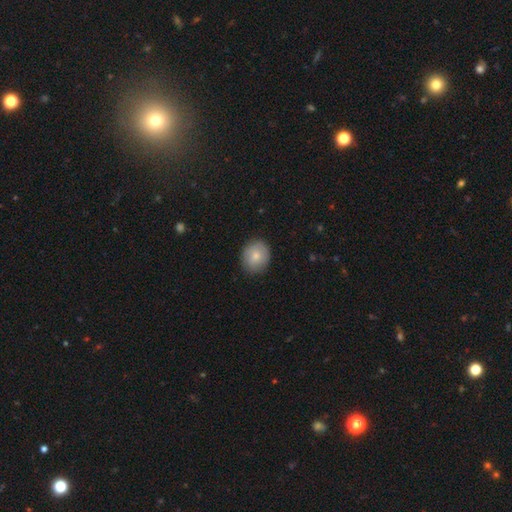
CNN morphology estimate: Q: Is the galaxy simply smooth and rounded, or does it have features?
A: smooth — 79%.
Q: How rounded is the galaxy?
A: round — 72%.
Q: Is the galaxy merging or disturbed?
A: none — 86%.